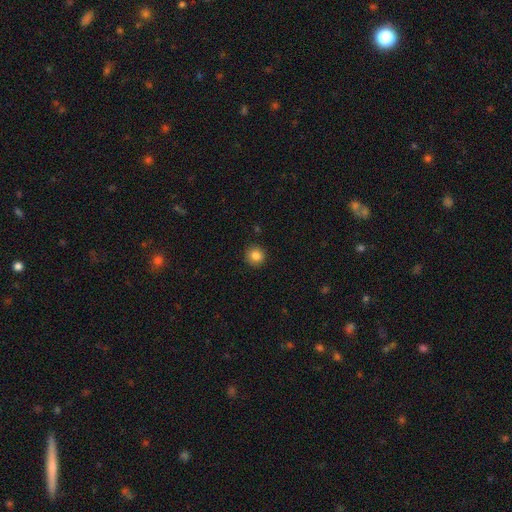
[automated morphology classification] smooth-or-featured: smooth: 85% | star or artifact: 10% | featured or disk: 5%
  how-rounded: round: 93% | in between: 6% | cigar-shaped: 1%
  merging: none: 92% | minor disturbance: 5% | major disturbance: 2% | merger: 1%